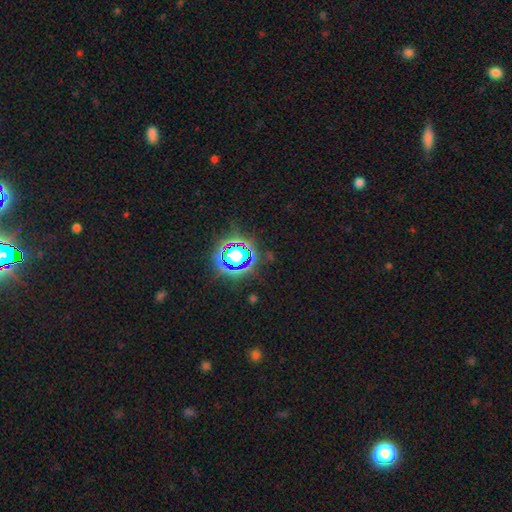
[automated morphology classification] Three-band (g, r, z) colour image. It shows a star or artifact, not a galaxy (80%).